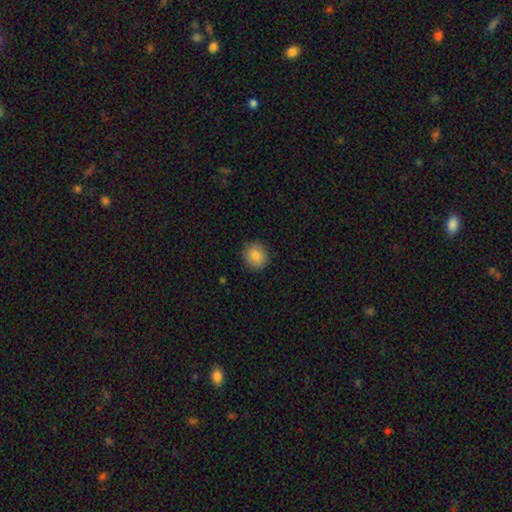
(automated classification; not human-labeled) smooth_or_featured: smooth (p=0.87) [alt: star or artifact p=0.08]
how_rounded: round (p=0.82) [alt: in between p=0.17]
merging: none (p=0.88) [alt: minor disturbance p=0.08]